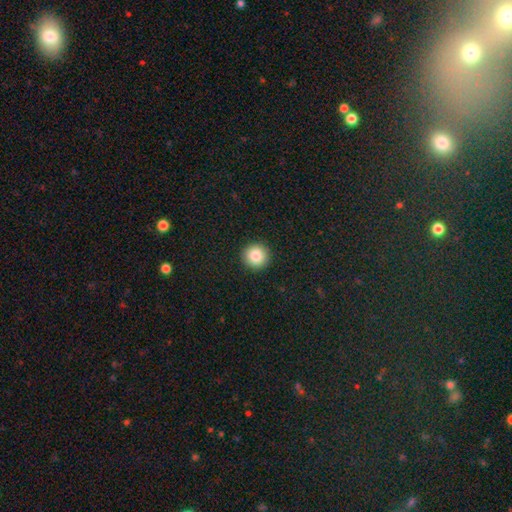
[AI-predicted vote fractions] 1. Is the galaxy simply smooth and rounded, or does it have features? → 85% smooth, 9% star or artifact, 6% featured or disk.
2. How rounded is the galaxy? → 95% round, 4% in between, 1% cigar-shaped.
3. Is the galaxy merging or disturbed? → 93% none, 4% minor disturbance, 2% major disturbance, 1% merger.